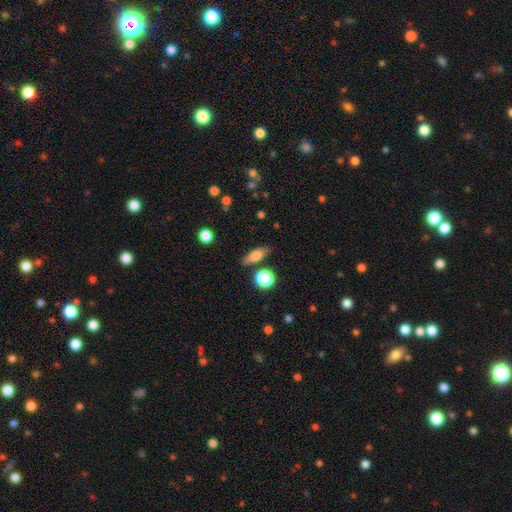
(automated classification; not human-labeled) This is likely a smooth galaxy (66%). How rounded: possibly in between (55%). Merging: likely none (80%).